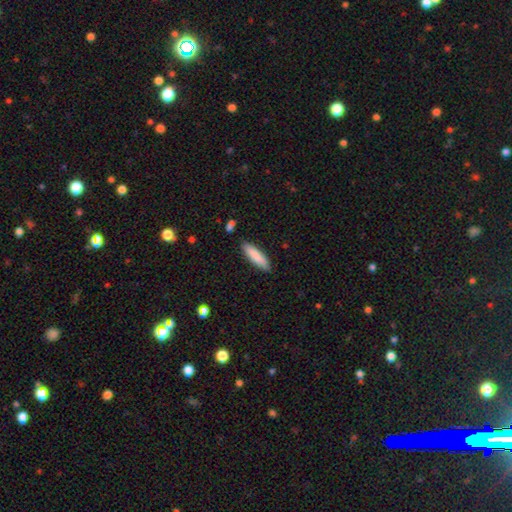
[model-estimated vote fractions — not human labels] Smooth or featured: smooth — 86% (featured or disk — 8%)
How rounded: cigar-shaped — 68% (in between — 31%)
Merging: none — 87% (minor disturbance — 9%)